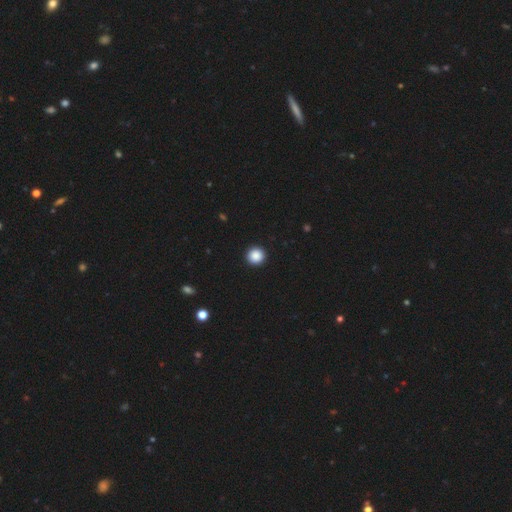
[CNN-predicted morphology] Smooth or featured: smooth — 88% (star or artifact — 9%)
How rounded: round — 96% (in between — 3%)
Merging: none — 94% (minor disturbance — 4%)